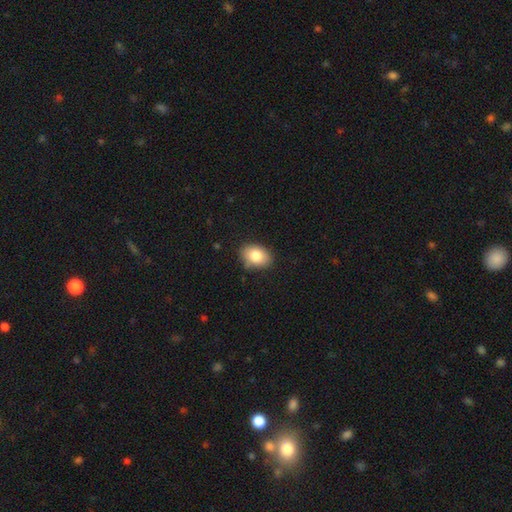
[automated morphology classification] A smooth galaxy with no disk features (82%) that is in between round and cigar-shaped (78%).

Vote fractions:
- Smooth or featured? smooth: 82% / featured or disk: 10% / star or artifact: 8%
- How rounded? in between: 78% / round: 21% / cigar-shaped: 1%
- Merging? none: 82% / minor disturbance: 14% / major disturbance: 3% / merger: 1%